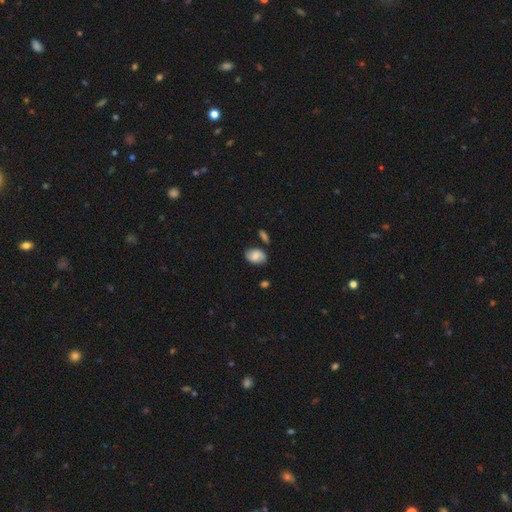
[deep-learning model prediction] This appears to be a smooth galaxy with no disk features (70%) that is in between round and cigar-shaped (85%). Merging: none (72%).